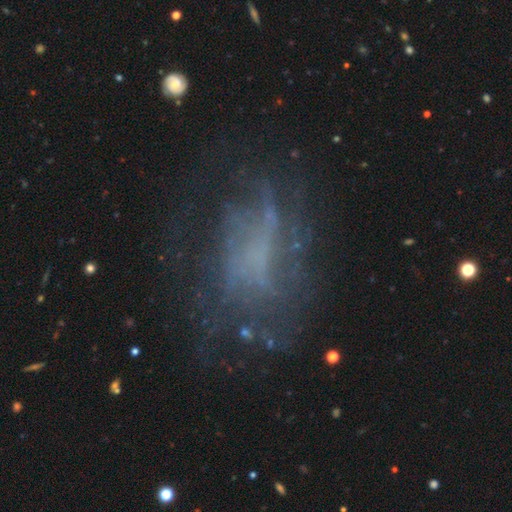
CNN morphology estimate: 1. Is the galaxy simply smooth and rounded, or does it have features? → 60% featured or disk, 21% smooth, 20% star or artifact.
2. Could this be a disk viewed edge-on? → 95% no, 5% yes.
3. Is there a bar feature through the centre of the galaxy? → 68% no, 23% weak, 8% strong.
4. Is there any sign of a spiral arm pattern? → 57% yes, 43% no.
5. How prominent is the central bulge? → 71% none, 13% small, 9% moderate, 5% large, 2% dominant.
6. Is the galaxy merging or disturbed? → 54% none, 24% major disturbance, 19% minor disturbance, 2% merger.